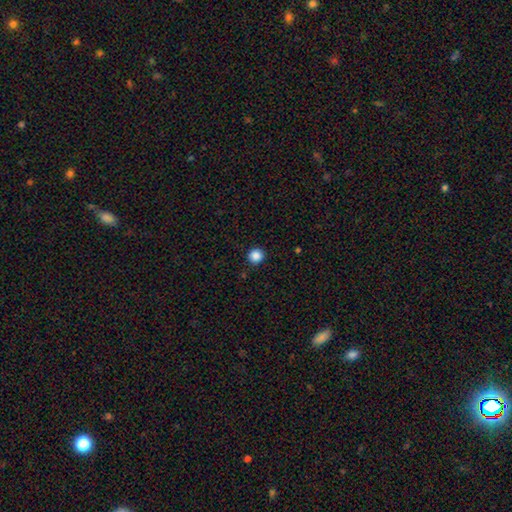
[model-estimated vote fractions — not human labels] smooth-or-featured: smooth: 87% | star or artifact: 11% | featured or disk: 3%
  how-rounded: round: 94% | in between: 5% | cigar-shaped: 1%
  merging: none: 92% | minor disturbance: 5% | major disturbance: 2% | merger: 1%